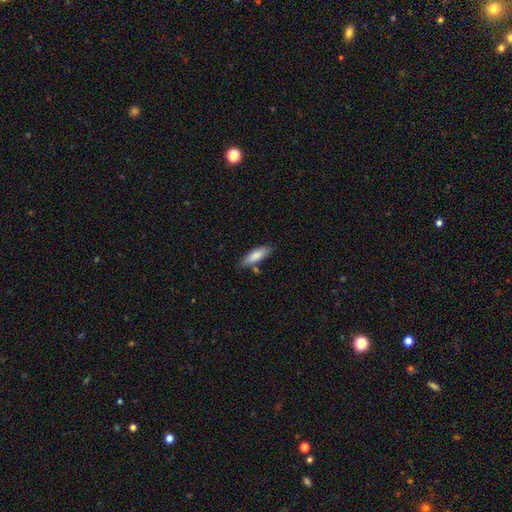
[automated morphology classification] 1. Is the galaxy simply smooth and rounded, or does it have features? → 84% smooth, 10% featured or disk, 6% star or artifact.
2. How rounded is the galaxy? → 55% in between, 44% cigar-shaped, 2% round.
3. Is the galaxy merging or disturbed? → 74% none, 15% minor disturbance, 7% merger, 3% major disturbance.